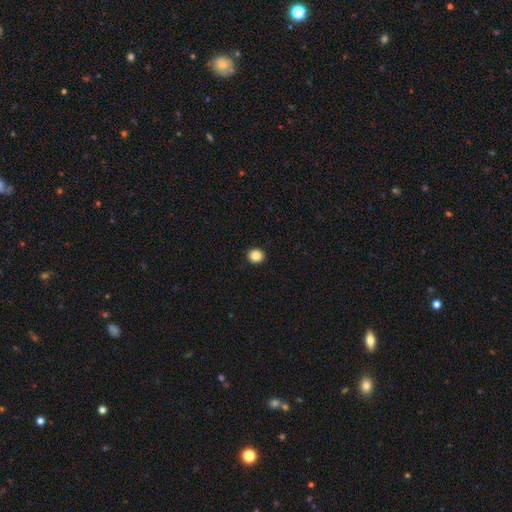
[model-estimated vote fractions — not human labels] Smooth or featured? Predicted: smooth (p=0.85). How rounded? Predicted: round (p=0.90). Merging? Predicted: none (p=0.93).